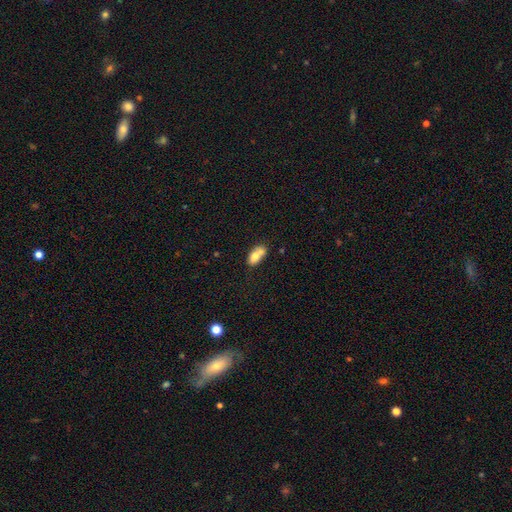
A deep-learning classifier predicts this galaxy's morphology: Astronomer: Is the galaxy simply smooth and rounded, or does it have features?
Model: smooth — 74%.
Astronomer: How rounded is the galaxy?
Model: in between — 84%.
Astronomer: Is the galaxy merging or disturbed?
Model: merger — 44% (runner-up: none, 33%).